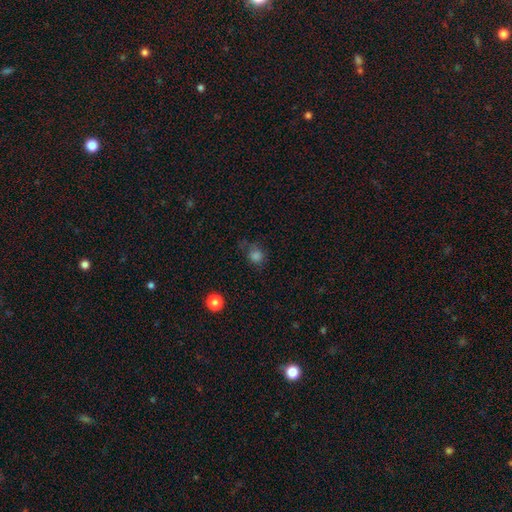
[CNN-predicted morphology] Q: Smooth or featured?
A: smooth (77%); runner-up: star or artifact (17%)
Q: How rounded?
A: round (82%); runner-up: in between (17%)
Q: Merging?
A: none (62%); runner-up: minor disturbance (23%)